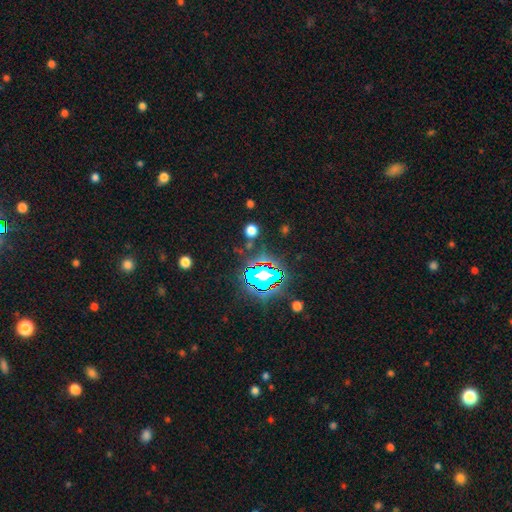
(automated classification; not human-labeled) Overall: star or artifact (83%).